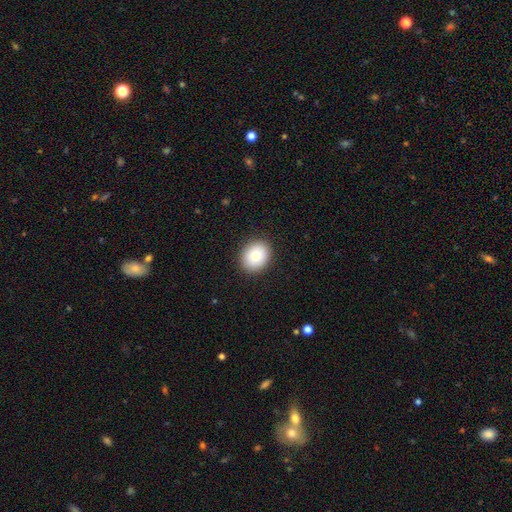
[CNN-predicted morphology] The model was most divided on "how rounded": round: 65%, in between: 34%, cigar-shaped: 1%. More confident: merging — none (90%); smooth or featured — smooth (77%).